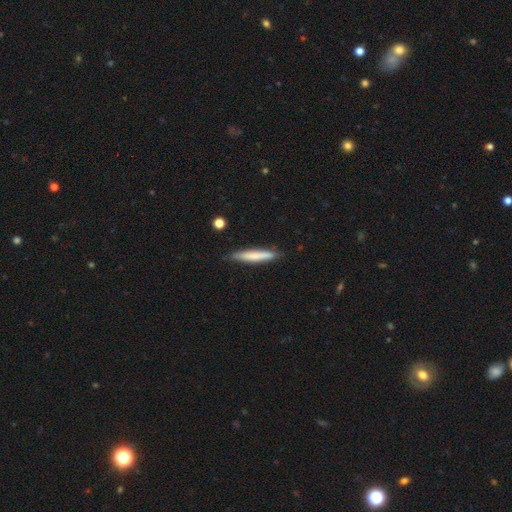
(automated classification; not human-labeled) Smooth or featured? smooth (67%)
How rounded? cigar-shaped (94%)
Merging? none (83%)